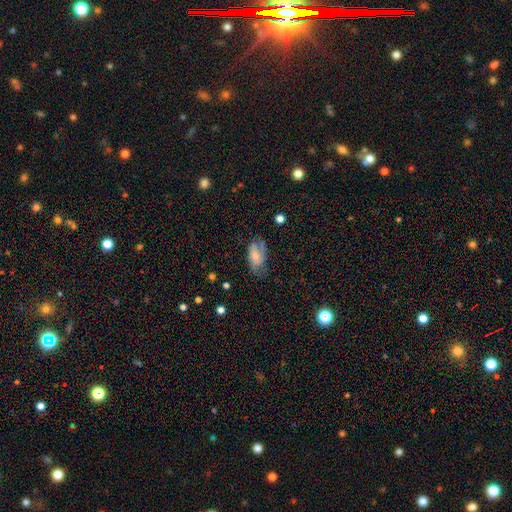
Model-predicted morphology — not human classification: A smooth galaxy with no disk features (55%) that is in between round and cigar-shaped (92%). Merging: none (53%).